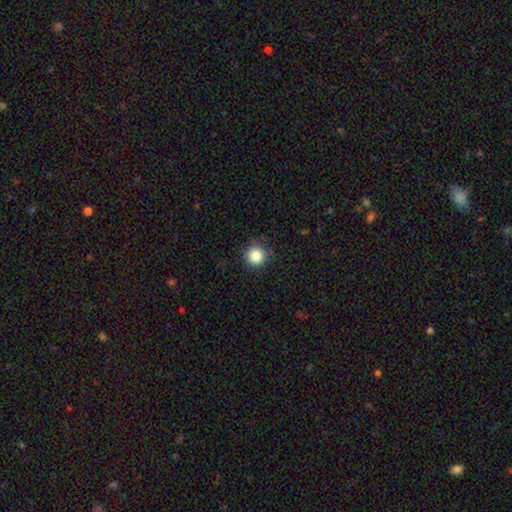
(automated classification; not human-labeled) The model was most divided on "smooth or featured": smooth: 85%, star or artifact: 11%, featured or disk: 4%. More confident: how rounded — round (96%); merging — none (88%).